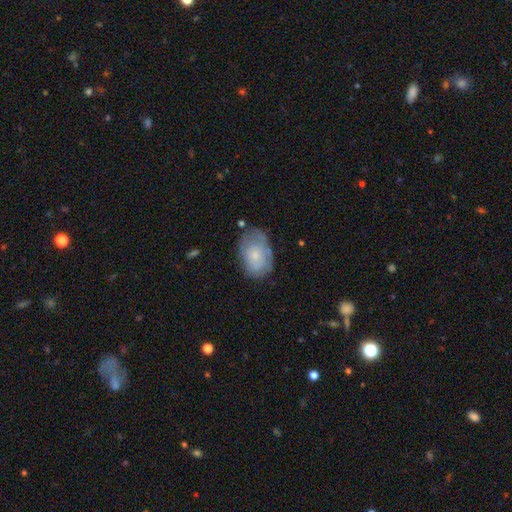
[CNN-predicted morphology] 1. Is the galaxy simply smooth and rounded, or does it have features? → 61% smooth, 32% featured or disk, 7% star or artifact.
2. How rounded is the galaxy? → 84% in between, 15% round, 1% cigar-shaped.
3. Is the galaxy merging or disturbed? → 61% none, 27% minor disturbance, 9% major disturbance, 2% merger.